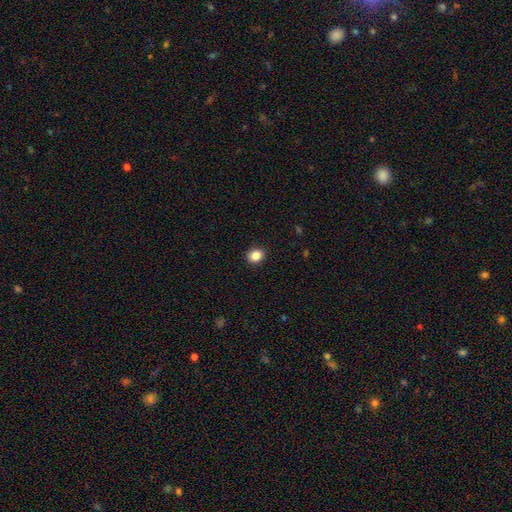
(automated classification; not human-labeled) A smooth galaxy with no disk features (86%) that is round (55%). Merging: none (91%).